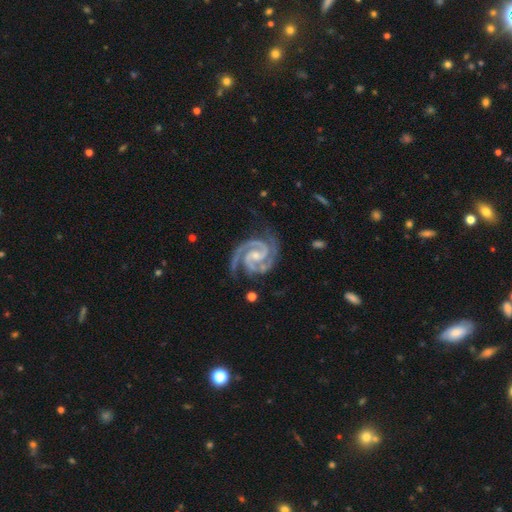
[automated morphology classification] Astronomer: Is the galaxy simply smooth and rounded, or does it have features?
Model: featured or disk — 95%.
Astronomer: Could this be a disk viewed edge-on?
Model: no — 98%.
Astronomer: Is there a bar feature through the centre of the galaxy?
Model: no — 45% (runner-up: weak, 39%).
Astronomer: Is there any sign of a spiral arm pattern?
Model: yes — 99%.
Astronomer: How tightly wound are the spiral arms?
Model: tight — 58% (runner-up: medium, 39%).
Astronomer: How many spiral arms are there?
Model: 2 — 85%.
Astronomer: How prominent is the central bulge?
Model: small — 62%.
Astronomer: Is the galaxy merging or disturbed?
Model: none — 74%.